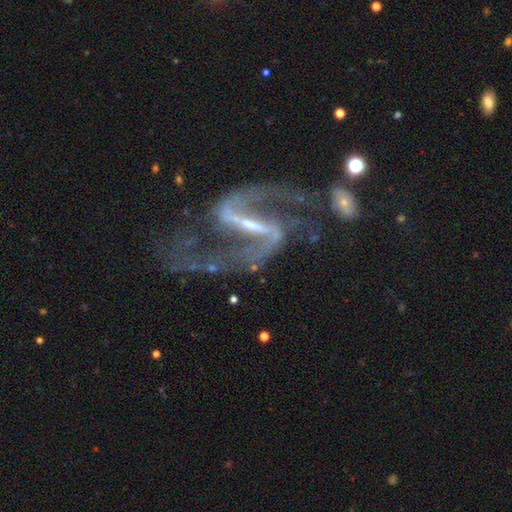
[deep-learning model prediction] Overall: featured or disk (93%). Edge-on disk: no (96%). Bar: strong (76%). Spiral arms: yes (97%). Spiral arm count: 2 (94%). Spiral winding: loose (54%; medium 38%). Bulge size: small (65%). Merging: none (58%; major disturbance 19%).